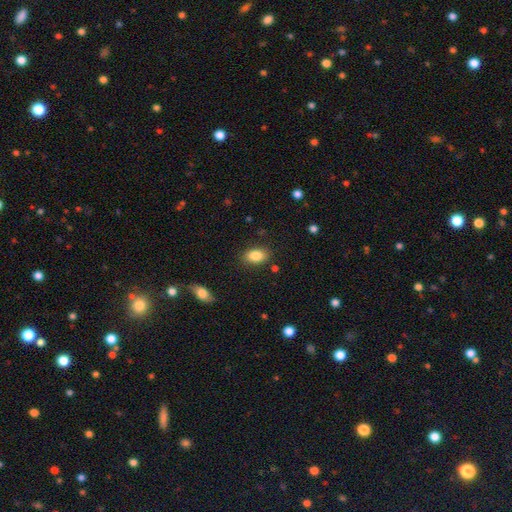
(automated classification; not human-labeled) This appears to be a smooth galaxy with no disk features (85%) that is in between round and cigar-shaped (86%). Merging: none (85%).